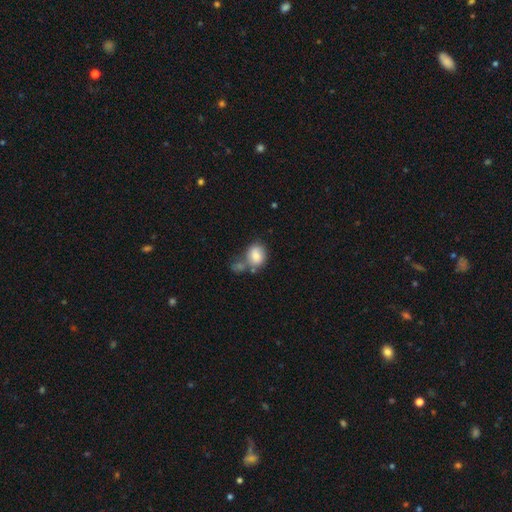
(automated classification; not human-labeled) Smooth or featured? smooth (80%)
How rounded? in between (50%)
Merging? none (42%)